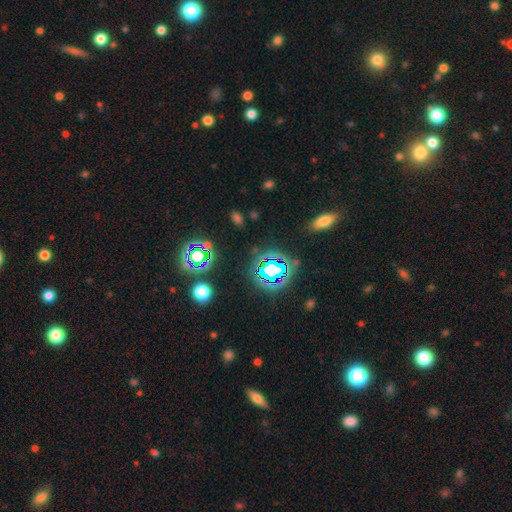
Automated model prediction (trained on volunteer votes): smooth_or_featured: star or artifact (p=0.68) [alt: smooth p=0.23]